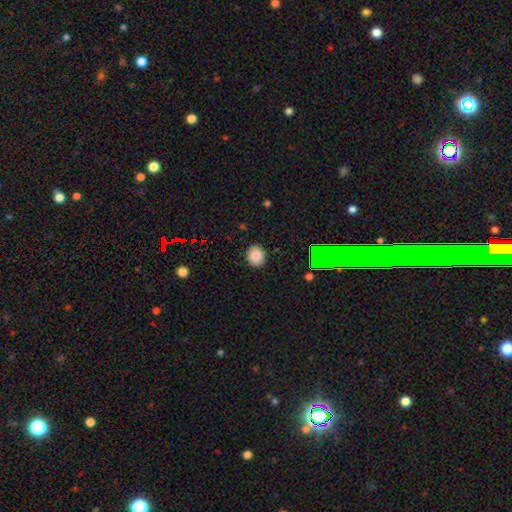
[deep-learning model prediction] Smooth or featured? Predicted: smooth (p=0.83). How rounded? Predicted: round (p=0.66). Merging? Predicted: none (p=0.88).